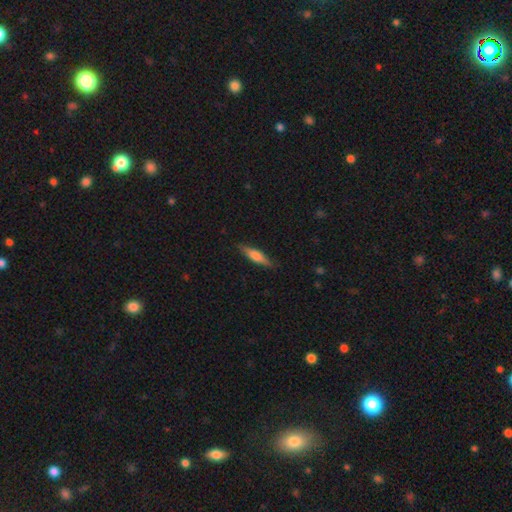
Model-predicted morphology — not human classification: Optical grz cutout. It shows a smooth galaxy with no disk features (52%) that is cigar-shaped (74%). Merging: none (87%).